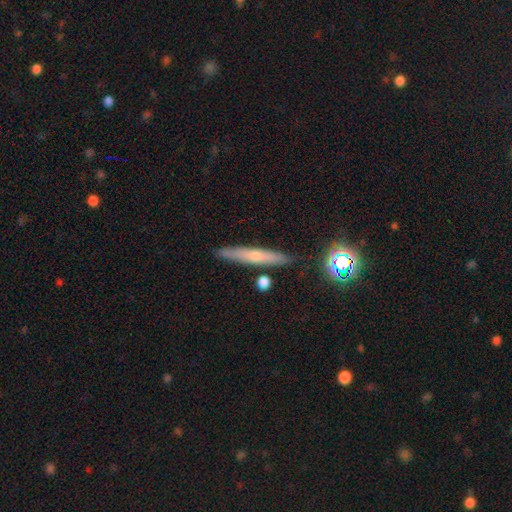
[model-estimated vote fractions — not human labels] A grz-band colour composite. It shows a smooth galaxy with no disk features (51%) that is cigar-shaped (92%). Merging: none (87%).